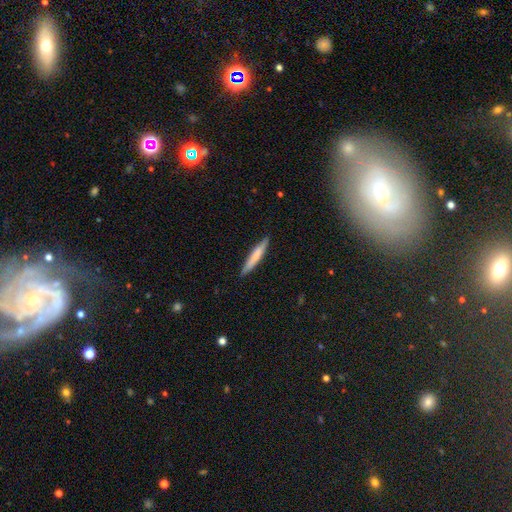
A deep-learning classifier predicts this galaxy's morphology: A smooth galaxy with no disk features (68%) that is cigar-shaped (93%).

Vote fractions:
- Smooth or featured? smooth: 68% / featured or disk: 27% / star or artifact: 5%
- How rounded? cigar-shaped: 93% / in between: 5% / round: 1%
- Merging? none: 88% / minor disturbance: 10% / major disturbance: 2% / merger: 1%